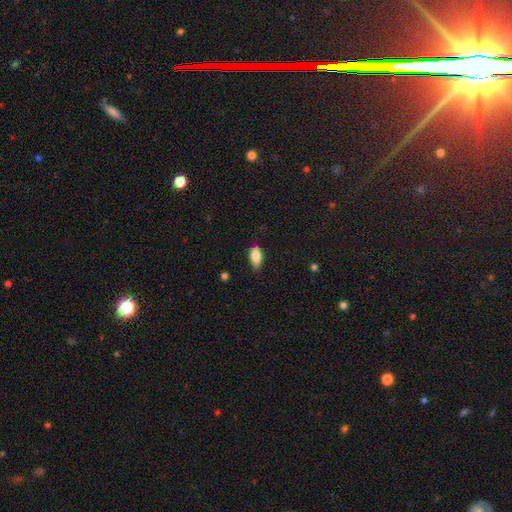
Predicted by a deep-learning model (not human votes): A smooth galaxy with no disk features (82%) that is in between round and cigar-shaped (85%).

Vote fractions:
- Smooth or featured? smooth: 82% / featured or disk: 10% / star or artifact: 7%
- How rounded? in between: 85% / cigar-shaped: 12% / round: 3%
- Merging? none: 71% / minor disturbance: 24% / major disturbance: 4% / merger: 1%